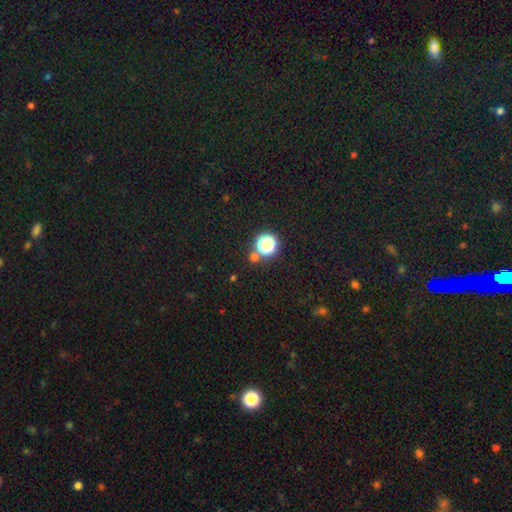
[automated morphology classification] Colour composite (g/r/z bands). It shows a star or artifact, not a galaxy (51%).